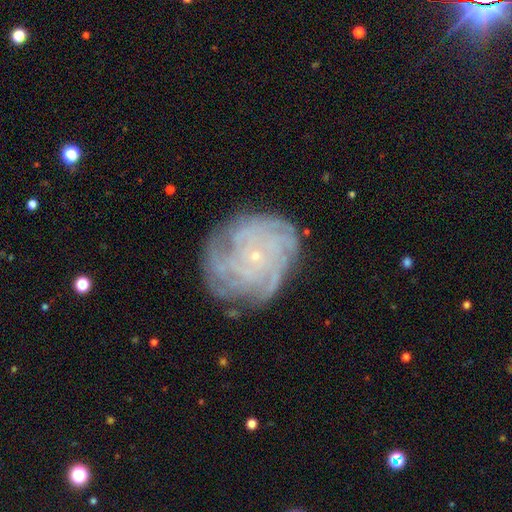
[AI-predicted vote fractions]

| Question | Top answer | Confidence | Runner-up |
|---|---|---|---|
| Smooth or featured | featured or disk | 81% | smooth (11%) |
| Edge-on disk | no | 97% | yes (3%) |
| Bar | no | 84% | weak (13%) |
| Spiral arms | yes | 94% | no (6%) |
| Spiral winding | tight | 76% | medium (19%) |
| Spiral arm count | can't tell | 26% | tied: more than 4 (26%) |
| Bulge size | small | 90% | moderate (6%) |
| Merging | none | 76% | minor disturbance (16%) |